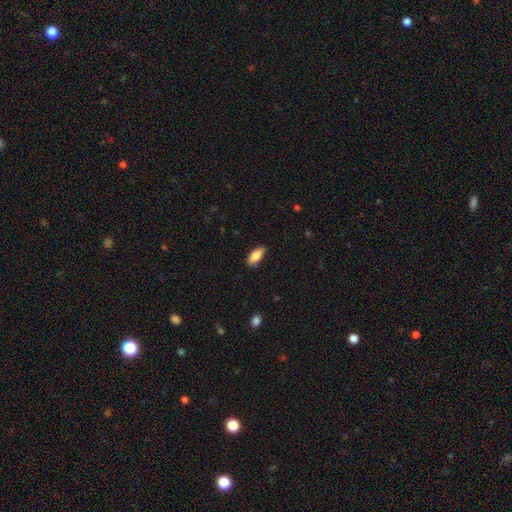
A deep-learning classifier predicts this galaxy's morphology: smooth-or-featured: smooth: 82% | featured or disk: 11% | star or artifact: 6%
  how-rounded: in between: 82% | cigar-shaped: 16% | round: 2%
  merging: none: 85% | minor disturbance: 12% | major disturbance: 2% | merger: 1%